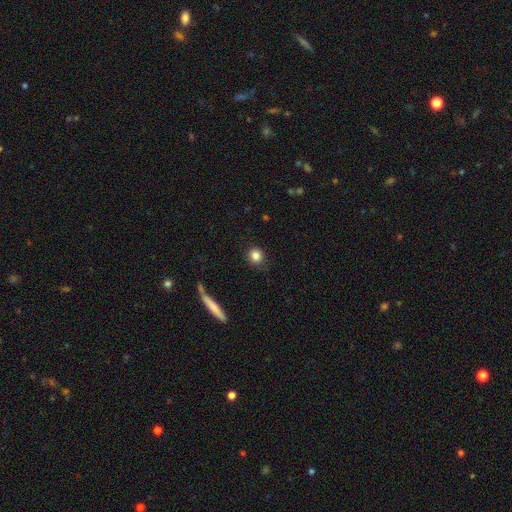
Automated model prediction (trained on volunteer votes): smooth 83%, star or artifact 10%, featured or disk 7%. Down the decision tree: how rounded — round (88%); merging — none (85%).